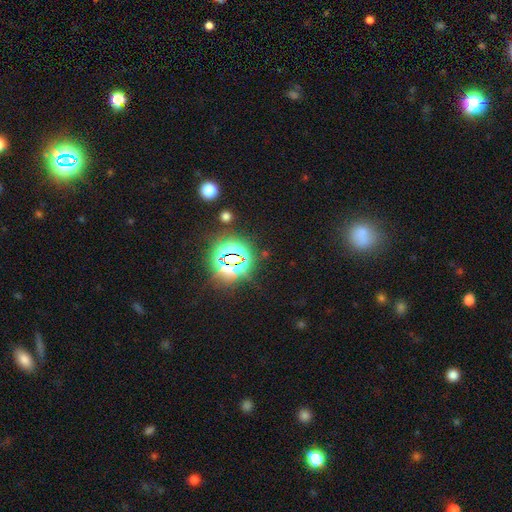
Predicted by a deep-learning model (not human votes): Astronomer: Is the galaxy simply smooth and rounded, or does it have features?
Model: star or artifact — 74%.